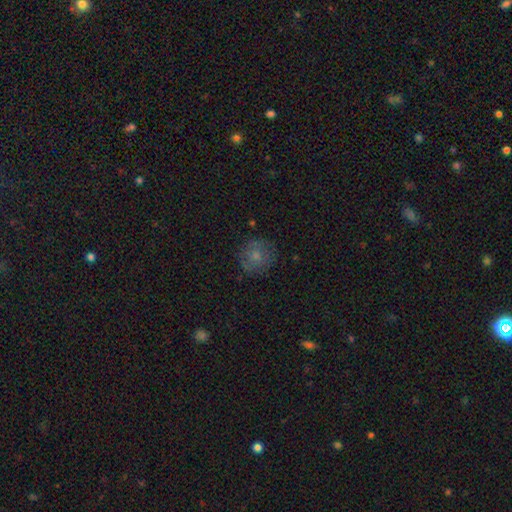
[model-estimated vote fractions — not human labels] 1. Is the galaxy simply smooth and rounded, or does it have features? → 69% smooth, 20% featured or disk, 10% star or artifact.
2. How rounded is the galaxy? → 88% round, 11% in between, 1% cigar-shaped.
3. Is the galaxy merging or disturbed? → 77% none, 16% minor disturbance, 5% major disturbance, 1% merger.